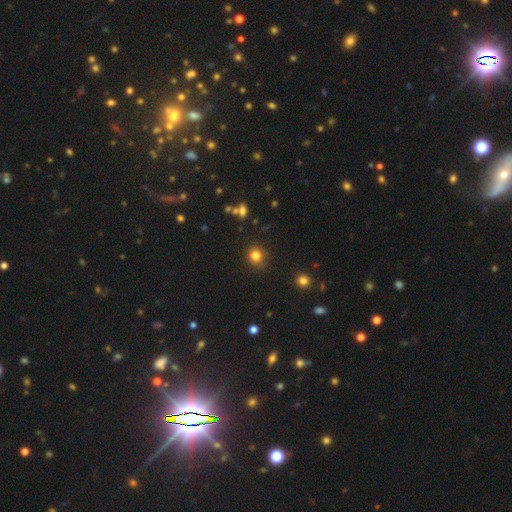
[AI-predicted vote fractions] The model was most divided on "smooth or featured": smooth: 81%, star or artifact: 14%, featured or disk: 5%. More confident: how rounded — round (86%); merging — none (84%).